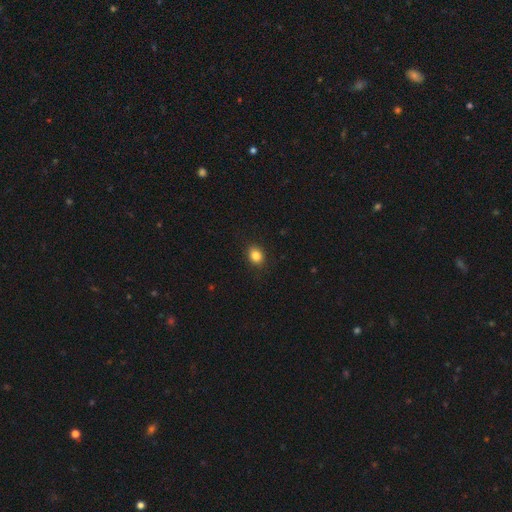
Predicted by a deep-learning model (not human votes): Smooth or featured?
  - smooth: 85% *
  - star or artifact: 10%
  - featured or disk: 5%
How rounded?
  - in between: 50% *
  - round: 49%
  - cigar-shaped: 1%
Merging?
  - none: 90% *
  - minor disturbance: 7%
  - major disturbance: 2%
  - merger: 1%